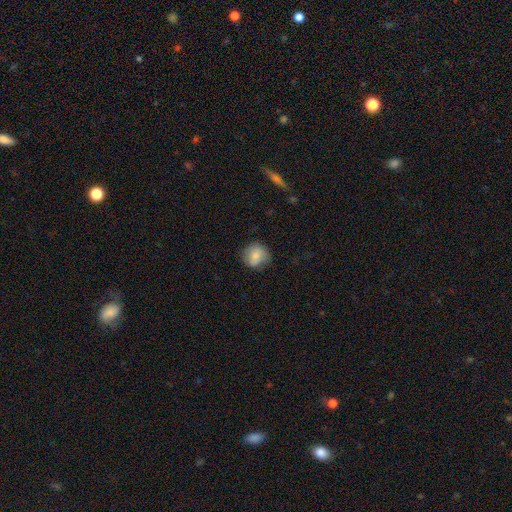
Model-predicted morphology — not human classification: smooth-or-featured: smooth: 80% | featured or disk: 12% | star or artifact: 8%
  how-rounded: round: 83% | in between: 15% | cigar-shaped: 1%
  merging: none: 75% | minor disturbance: 19% | major disturbance: 5% | merger: 1%